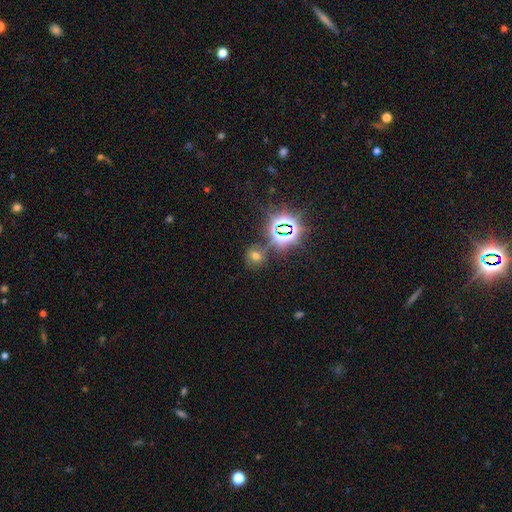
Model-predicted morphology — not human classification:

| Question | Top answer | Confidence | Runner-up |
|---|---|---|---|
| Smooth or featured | smooth | 48% | star or artifact (42%) |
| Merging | none | 74% | minor disturbance (12%) |